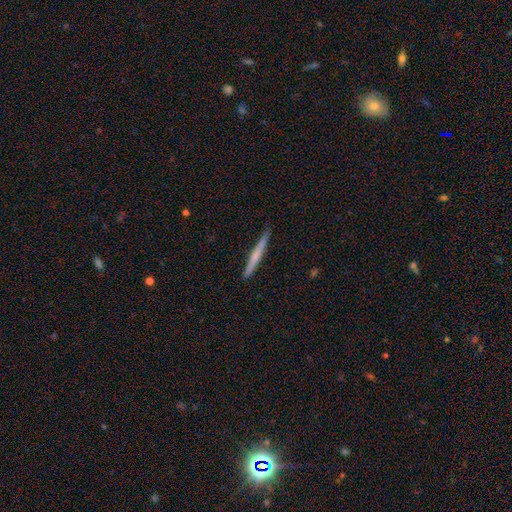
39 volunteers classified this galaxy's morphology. This appears to be a smooth galaxy with no disk features (49%) that is cigar-shaped (84%). Merging: none (95%).